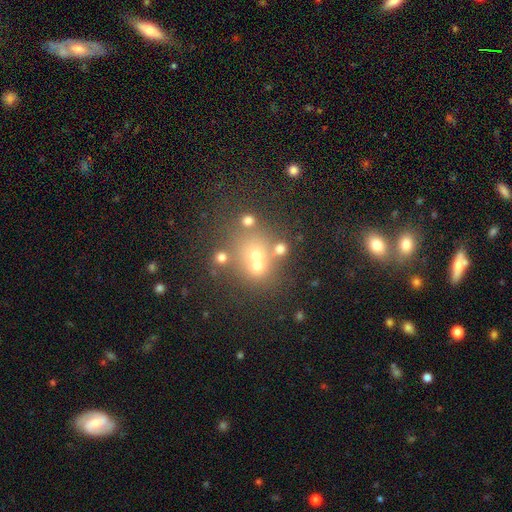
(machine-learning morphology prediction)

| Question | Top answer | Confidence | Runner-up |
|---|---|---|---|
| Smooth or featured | smooth | 52% | star or artifact (27%) |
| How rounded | round | 76% | in between (23%) |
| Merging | none | 48% | merger (38%) |